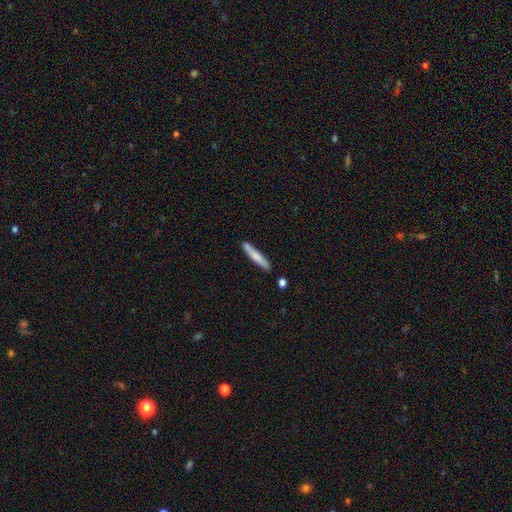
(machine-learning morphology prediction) smooth_or_featured: smooth (p=0.70) [alt: featured or disk p=0.25]
how_rounded: cigar-shaped (p=0.92) [alt: in between p=0.07]
merging: none (p=0.83) [alt: minor disturbance p=0.11]